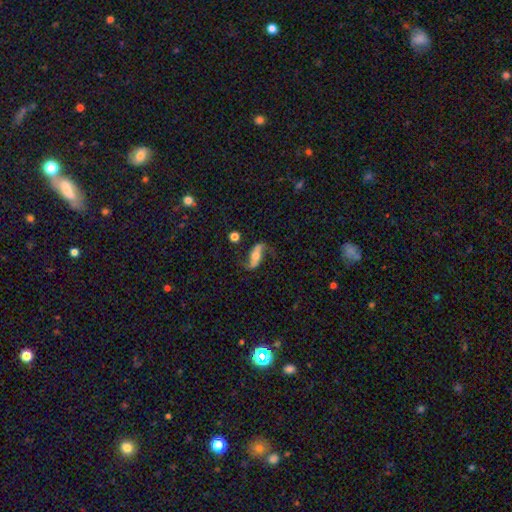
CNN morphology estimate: Smooth or featured: featured or disk — 80% (smooth — 13%)
Edge-on disk: no — 90% (yes — 10%)
Bar: strong — 39% (no — 36%)
Spiral arms: yes — 94% (no — 6%)
Spiral winding: loose — 82% (medium — 13%)
Spiral arm count: 2 — 93% (1 — 3%)
Bulge size: moderate — 50% (small — 36%)
Merging: none — 73% (minor disturbance — 15%)